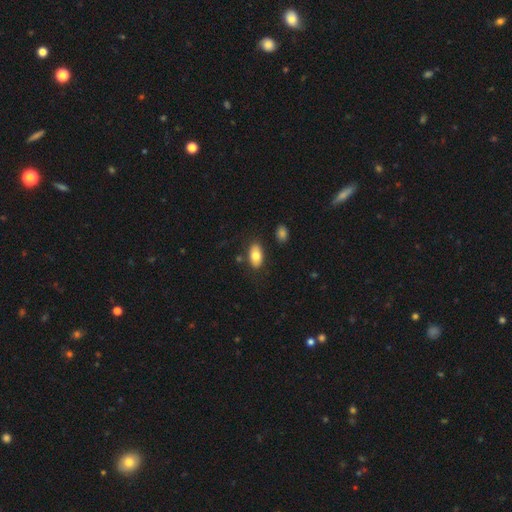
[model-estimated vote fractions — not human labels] smooth_or_featured: smooth (p=0.80) [alt: featured or disk p=0.13]
how_rounded: in between (p=0.92) [alt: round p=0.05]
merging: none (p=0.82) [alt: minor disturbance p=0.11]